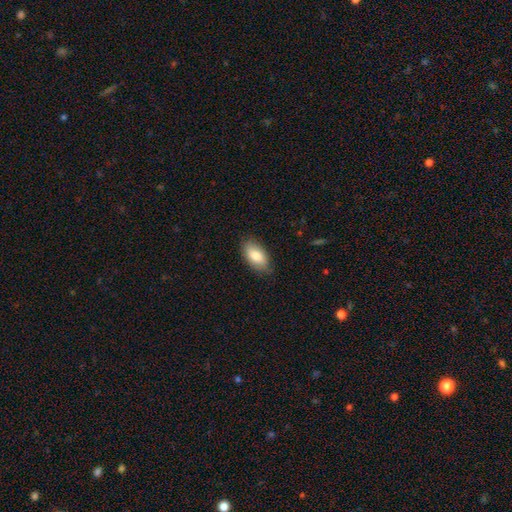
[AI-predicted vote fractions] Overall: smooth (81%). How rounded: in between (94%). Merging: none (81%).